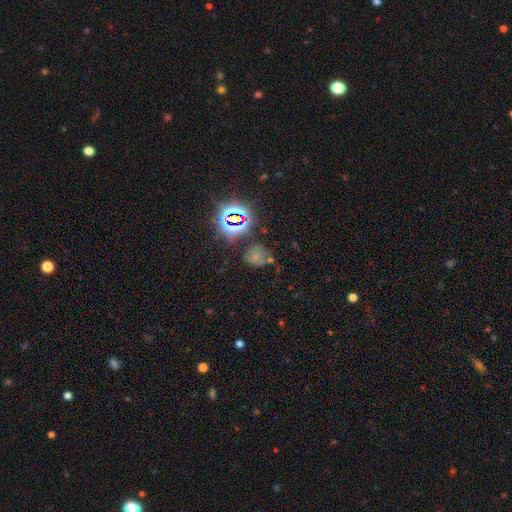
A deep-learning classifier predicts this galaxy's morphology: Overall: smooth (52%; star or artifact 38%). How rounded: round (73%). Merging: none (59%; minor disturbance 19%).